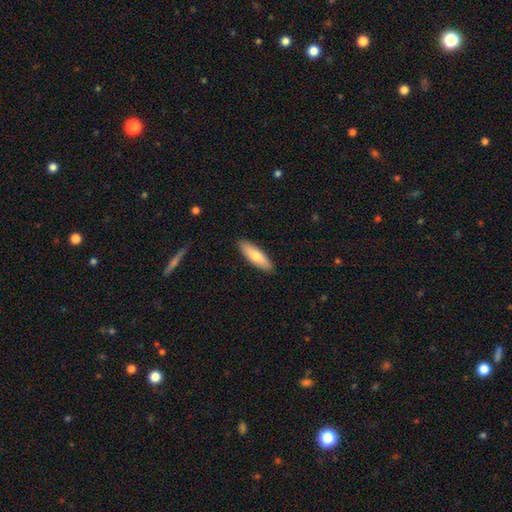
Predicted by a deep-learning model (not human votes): Smooth or featured: smooth — 73% (featured or disk — 21%)
How rounded: in between — 50% (cigar-shaped — 48%)
Merging: none — 89% (minor disturbance — 8%)